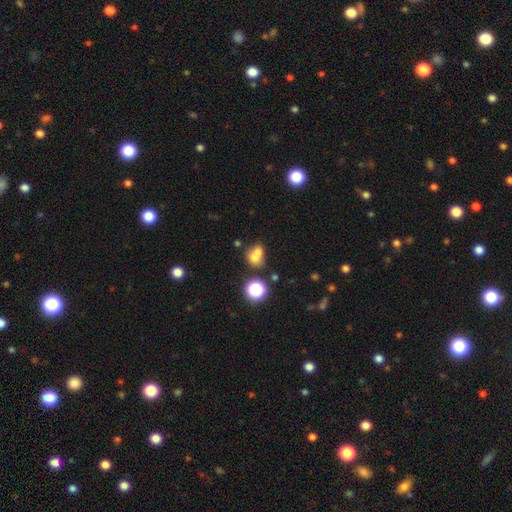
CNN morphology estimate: Smooth or featured?
  - smooth: 69% *
  - star or artifact: 16%
  - featured or disk: 15%
How rounded?
  - round: 56% *
  - in between: 43%
  - cigar-shaped: 1%
Merging?
  - merger: 56% *
  - none: 29%
  - minor disturbance: 9%
  - major disturbance: 5%